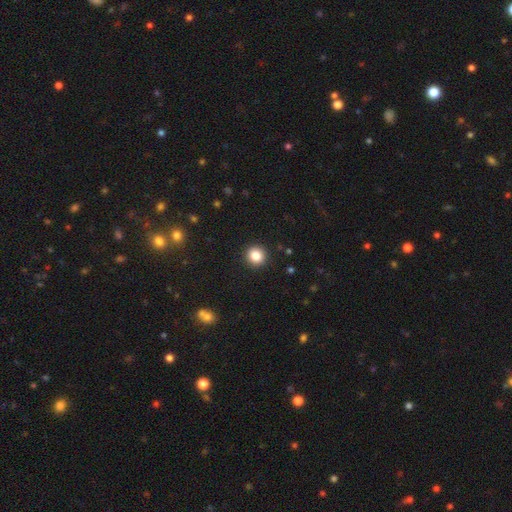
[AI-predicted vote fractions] smooth-or-featured: smooth: 86% | star or artifact: 10% | featured or disk: 4%
  how-rounded: round: 91% | in between: 8% | cigar-shaped: 1%
  merging: none: 92% | minor disturbance: 5% | major disturbance: 2% | merger: 1%